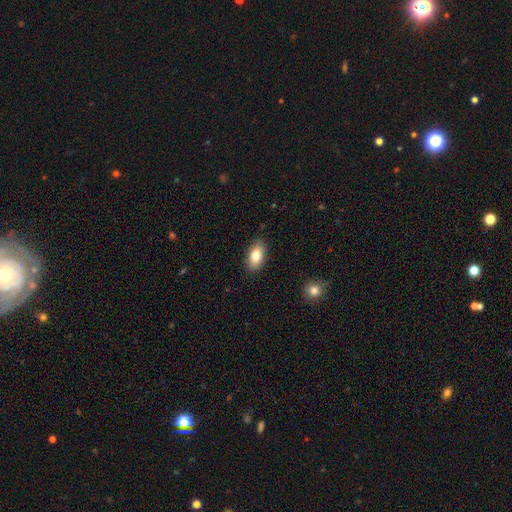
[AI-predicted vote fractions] Overall: smooth (84%). How rounded: in between (92%). Merging: none (88%).